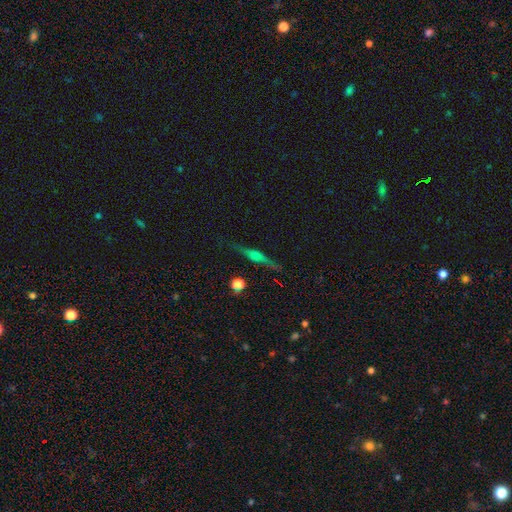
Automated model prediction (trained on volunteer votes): The model was most divided on "smooth or featured": featured or disk: 69%, smooth: 21%, star or artifact: 10%. More confident: edge-on disk — yes (96%); merging — none (86%); edge-on bulge — rounded (77%).